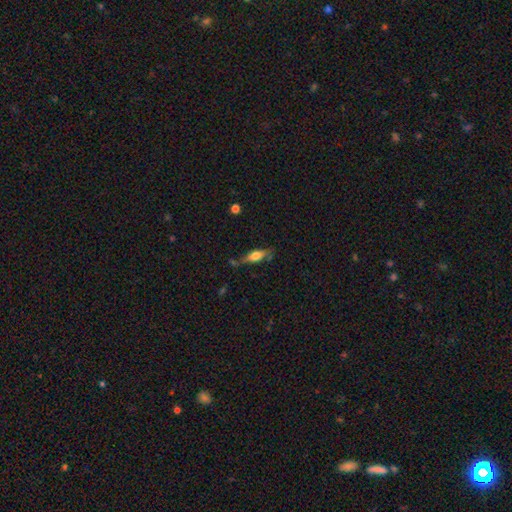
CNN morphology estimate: Q: Smooth or featured?
A: smooth (48%); runner-up: featured or disk (45%)
Q: Merging?
A: none (60%); runner-up: minor disturbance (24%)